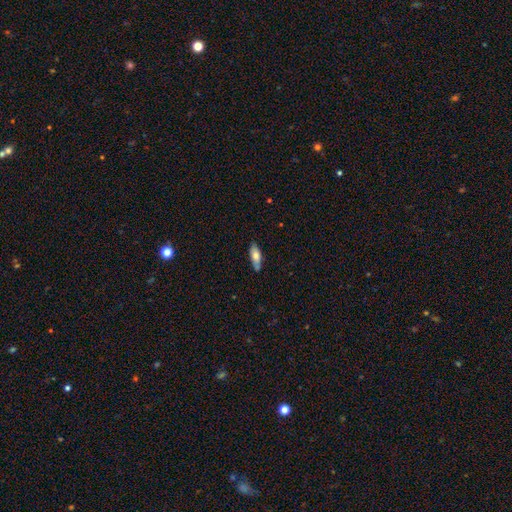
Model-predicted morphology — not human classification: Smooth or featured?
  - smooth: 66% *
  - featured or disk: 28%
  - star or artifact: 6%
How rounded?
  - in between: 72% *
  - cigar-shaped: 26%
  - round: 2%
Merging?
  - none: 76% *
  - minor disturbance: 17%
  - merger: 4%
  - major disturbance: 3%